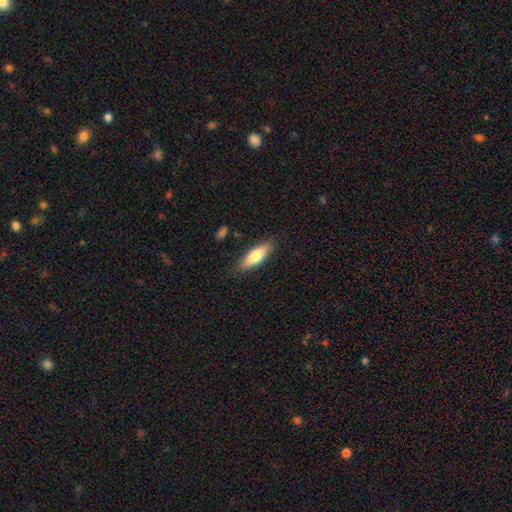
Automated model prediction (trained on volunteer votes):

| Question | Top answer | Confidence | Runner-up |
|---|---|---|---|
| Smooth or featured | smooth | 73% | featured or disk (22%) |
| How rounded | in between | 54% | cigar-shaped (44%) |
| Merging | none | 83% | minor disturbance (13%) |